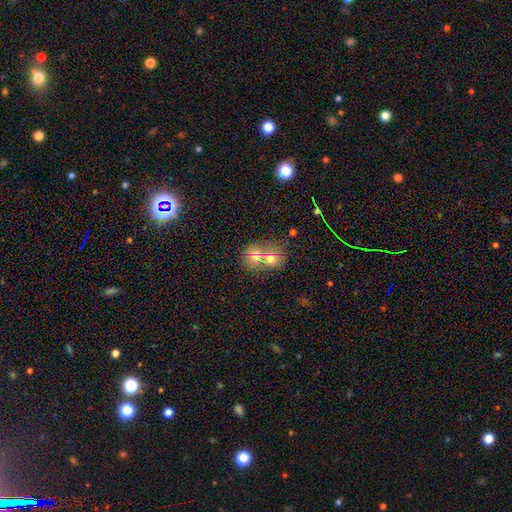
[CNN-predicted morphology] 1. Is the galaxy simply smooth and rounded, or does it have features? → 67% smooth, 21% featured or disk, 12% star or artifact.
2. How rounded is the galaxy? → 68% round, 31% in between, 1% cigar-shaped.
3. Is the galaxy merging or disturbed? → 63% merger, 27% none, 6% minor disturbance, 3% major disturbance.